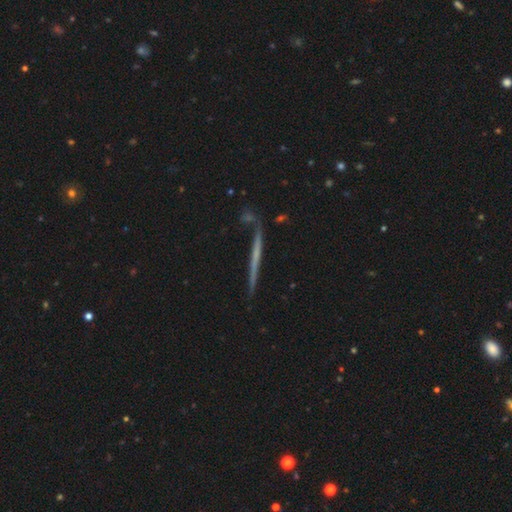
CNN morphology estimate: This is likely a featured or disk galaxy (62%). It is clearly viewed edge-on (96%). Edge-on bulge: clearly none (81%). Merging: likely none (78%).